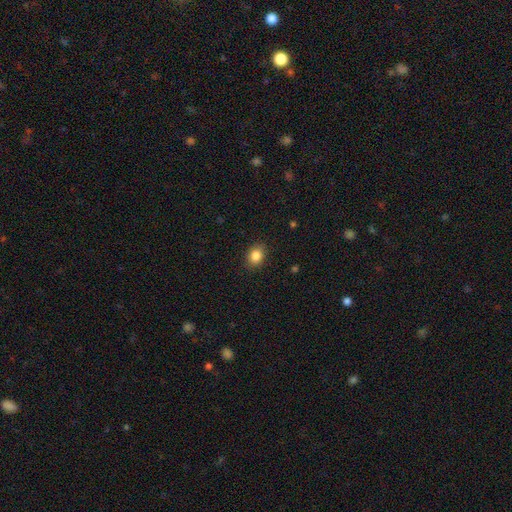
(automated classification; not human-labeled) Overall: smooth (85%). How rounded: in between (50%; round 49%). Merging: none (87%).